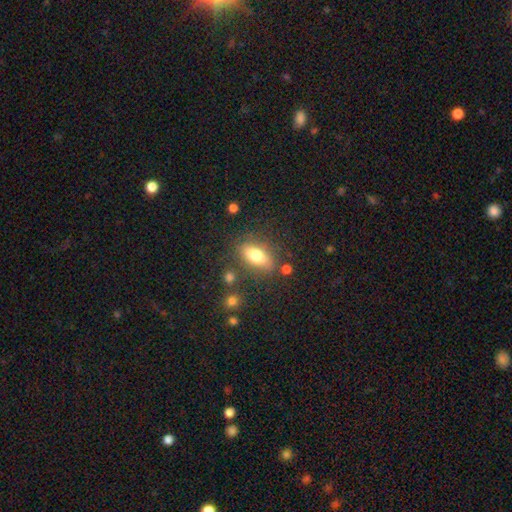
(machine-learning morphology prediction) A smooth galaxy with no disk features (74%) that is in between round and cigar-shaped (80%). Merging: none (78%).